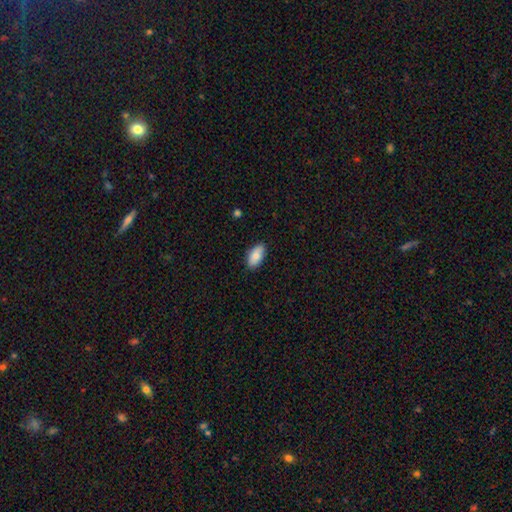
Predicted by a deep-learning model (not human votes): smooth_or_featured: smooth (p=0.84) [alt: featured or disk p=0.10]
how_rounded: in between (p=0.93) [alt: cigar-shaped p=0.04]
merging: none (p=0.86) [alt: minor disturbance p=0.11]